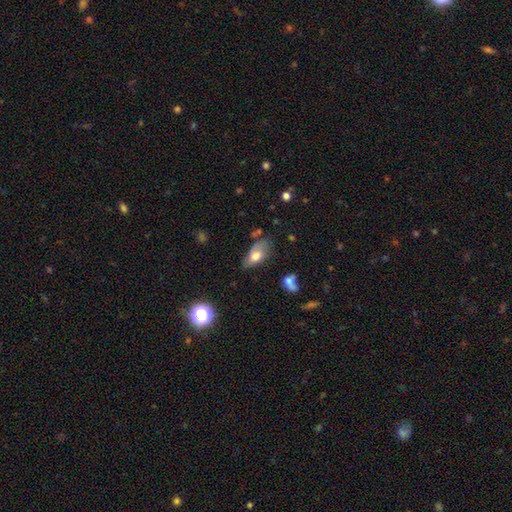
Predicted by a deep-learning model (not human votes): Q: Smooth or featured?
A: smooth (69%); runner-up: featured or disk (22%)
Q: How rounded?
A: in between (89%); runner-up: cigar-shaped (6%)
Q: Merging?
A: none (48%); runner-up: minor disturbance (33%)